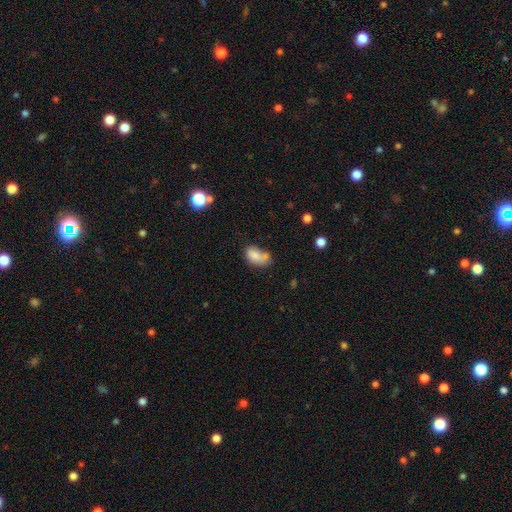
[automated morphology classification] A smooth galaxy with no disk features (76%) that is in between round and cigar-shaped (87%).

Vote fractions:
- Smooth or featured? smooth: 76% / featured or disk: 15% / star or artifact: 9%
- How rounded? in between: 87% / round: 11% / cigar-shaped: 2%
- Merging? merger: 35% / none: 33% / minor disturbance: 22% / major disturbance: 10%